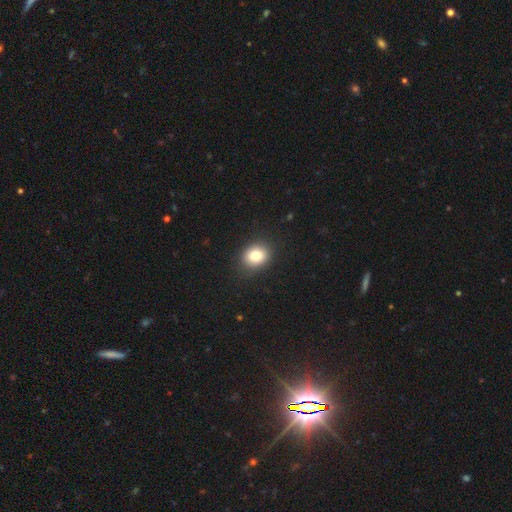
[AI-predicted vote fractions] This appears to be a smooth galaxy with no disk features (80%) that is round (56%). Merging: none (88%).